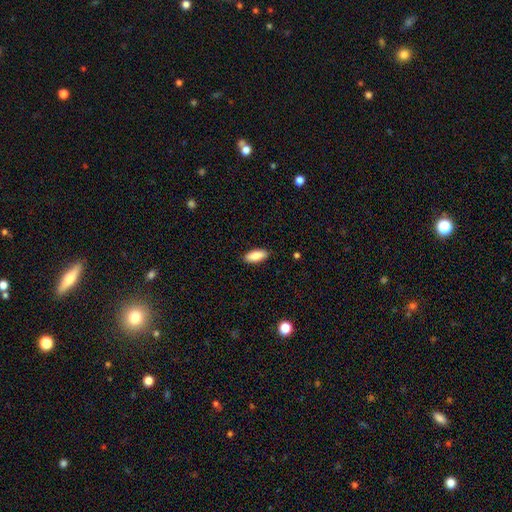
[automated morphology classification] type=smooth (86%); roundness=in between (83%); merging=none (89%).